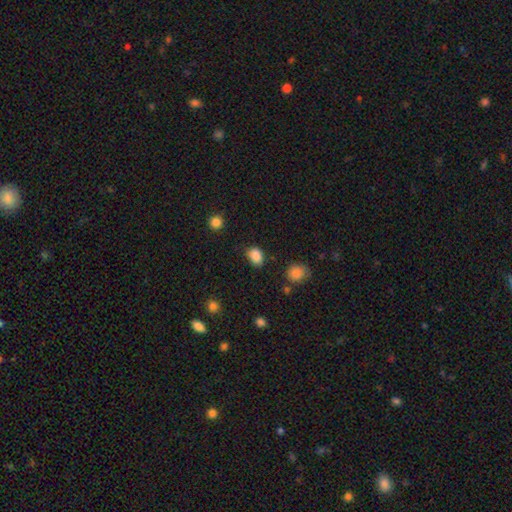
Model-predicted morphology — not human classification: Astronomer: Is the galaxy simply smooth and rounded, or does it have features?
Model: smooth — 86%.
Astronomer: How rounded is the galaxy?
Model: in between — 73%.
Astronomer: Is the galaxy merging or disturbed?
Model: none — 71%.